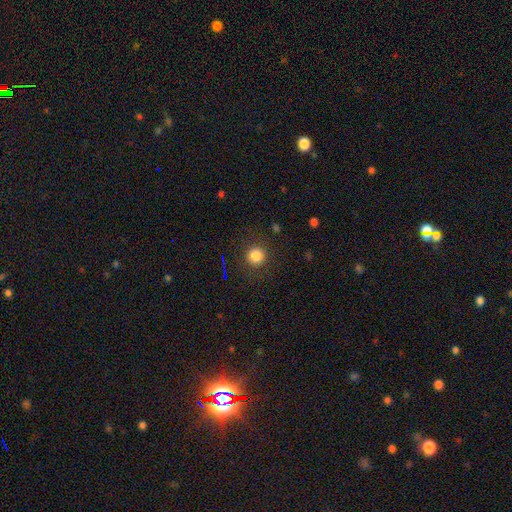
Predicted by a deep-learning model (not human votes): smooth 83%, star or artifact 12%, featured or disk 5%. Down the decision tree: how rounded — round (94%); merging — none (88%).